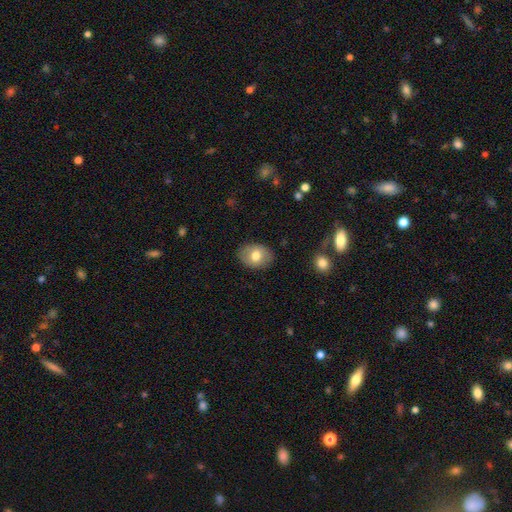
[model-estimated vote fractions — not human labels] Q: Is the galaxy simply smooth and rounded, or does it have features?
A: smooth — 72%.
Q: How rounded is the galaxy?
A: in between — 68%.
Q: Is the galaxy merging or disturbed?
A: none — 85%.